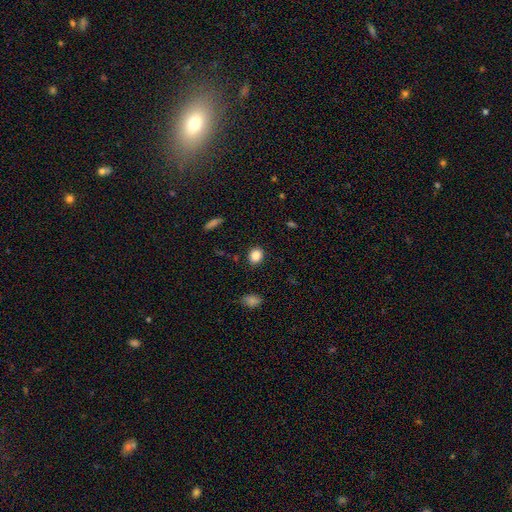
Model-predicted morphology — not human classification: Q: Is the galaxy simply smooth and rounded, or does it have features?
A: smooth — 85%.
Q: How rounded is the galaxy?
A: round — 67%.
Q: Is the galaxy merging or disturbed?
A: none — 89%.